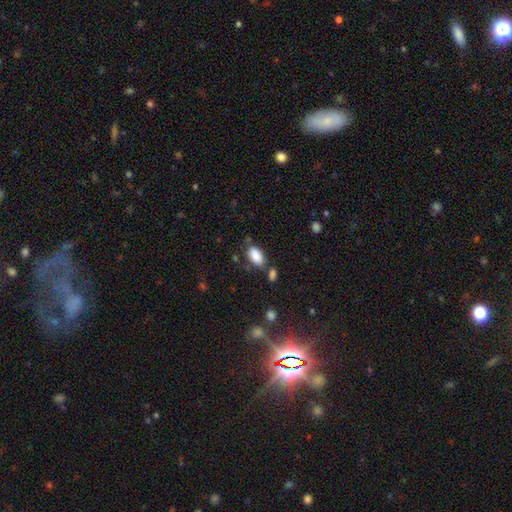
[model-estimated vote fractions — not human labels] Morphology: type=smooth (87%); roundness=in between (93%); merging=none (71%).